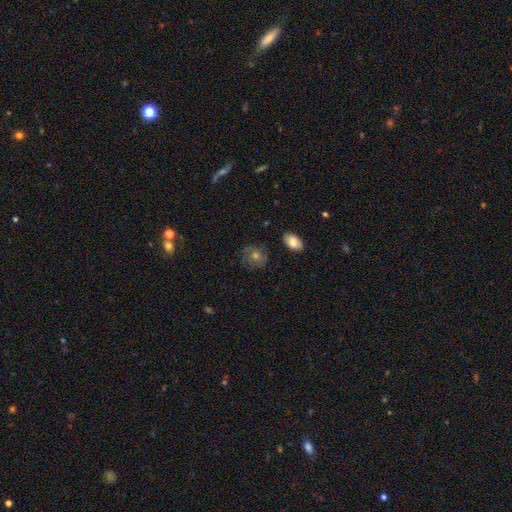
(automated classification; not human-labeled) smooth_or_featured: smooth (p=0.51) [alt: featured or disk p=0.30]
how_rounded: round (p=0.73) [alt: in between p=0.25]
merging: none (p=0.78) [alt: minor disturbance p=0.15]